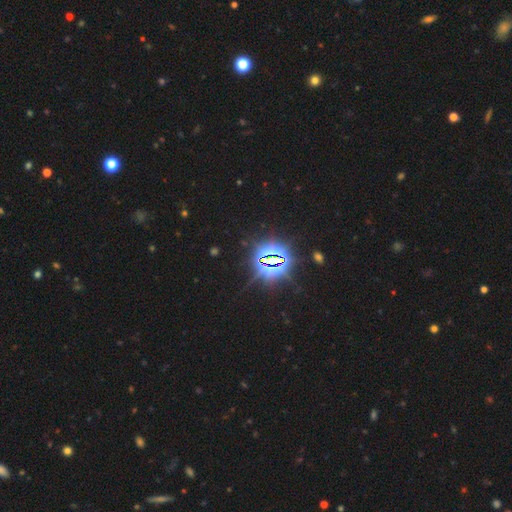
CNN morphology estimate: star or artifact 85%, smooth 9%, featured or disk 6%.